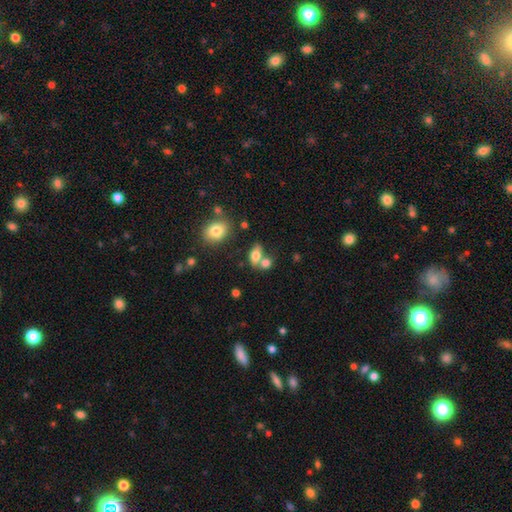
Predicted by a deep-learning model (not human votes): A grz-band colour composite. It shows a smooth galaxy with no disk features (76%) that is in between round and cigar-shaped (80%). Merging: merger (42%).